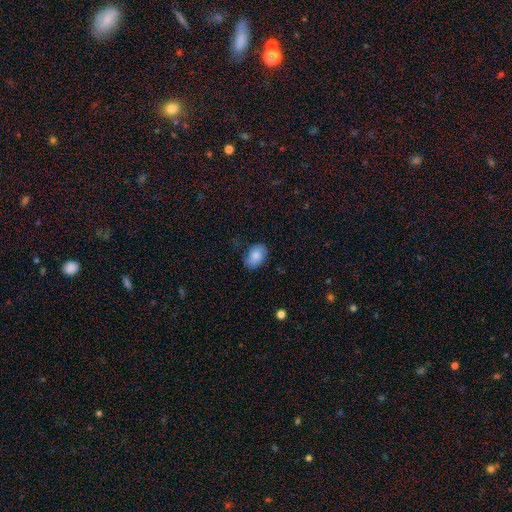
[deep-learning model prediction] Smooth or featured?
  - smooth: 82% *
  - featured or disk: 11%
  - star or artifact: 7%
How rounded?
  - in between: 87% *
  - round: 12%
  - cigar-shaped: 1%
Merging?
  - none: 71% *
  - minor disturbance: 22%
  - major disturbance: 6%
  - merger: 1%